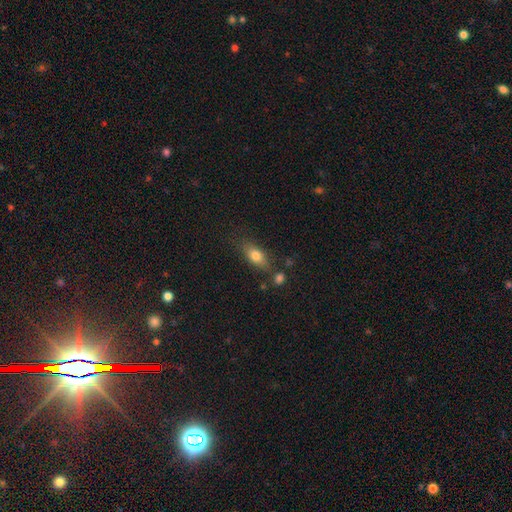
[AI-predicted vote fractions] The model was most divided on "merging": none: 68%, minor disturbance: 18%, merger: 8%, major disturbance: 6%. More confident: how rounded — in between (78%); smooth or featured — smooth (75%).